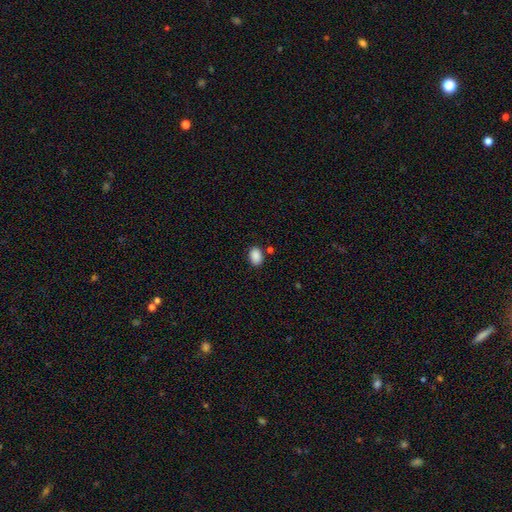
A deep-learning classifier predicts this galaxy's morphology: Q: Smooth or featured?
A: smooth (89%); runner-up: star or artifact (8%)
Q: How rounded?
A: in between (76%); runner-up: round (23%)
Q: Merging?
A: none (79%); runner-up: minor disturbance (12%)